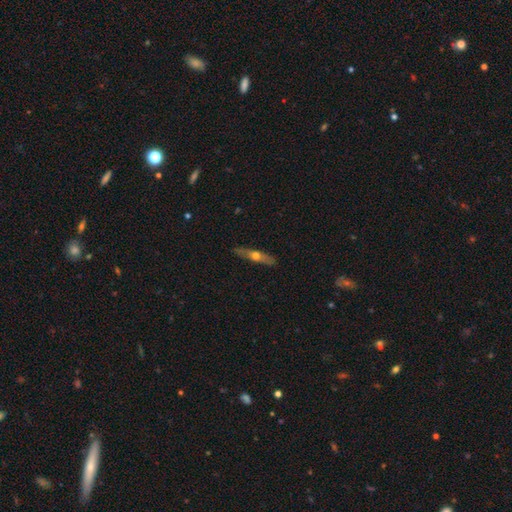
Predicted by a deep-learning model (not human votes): This is possibly a featured or disk galaxy (56%). It is clearly viewed edge-on (87%). Merging: clearly none (88%).